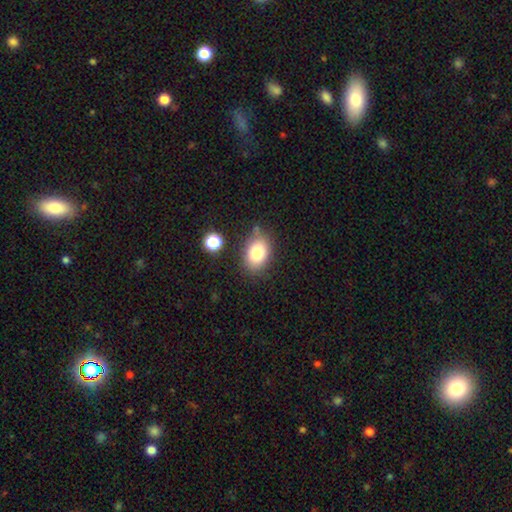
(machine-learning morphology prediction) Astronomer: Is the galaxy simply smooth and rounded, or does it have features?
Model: smooth — 80%.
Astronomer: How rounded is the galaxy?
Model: in between — 74%.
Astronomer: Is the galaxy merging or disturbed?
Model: none — 75%.